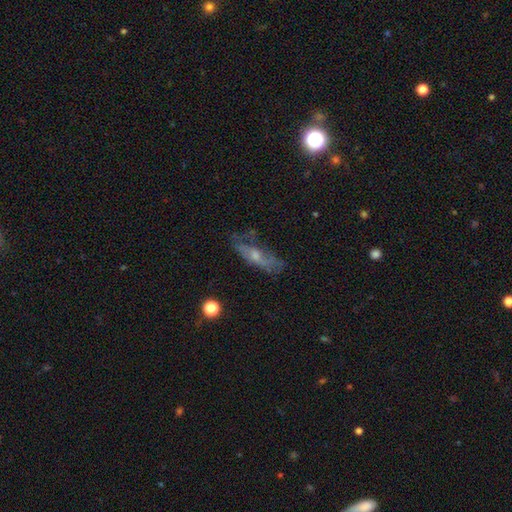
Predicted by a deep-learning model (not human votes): This appears to be a featured or disk galaxy (57%). Merging: none (54%).